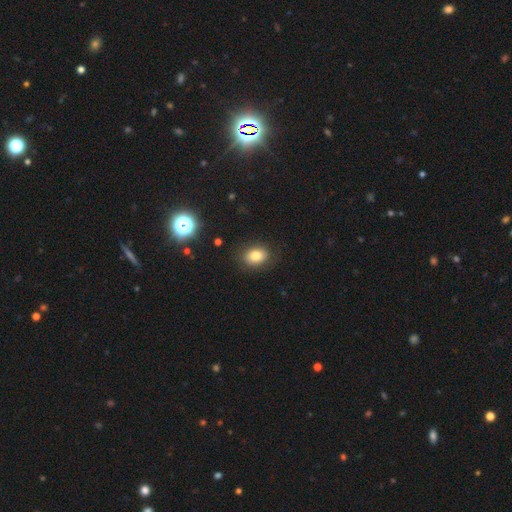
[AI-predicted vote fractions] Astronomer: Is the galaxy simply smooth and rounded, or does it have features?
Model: smooth — 81%.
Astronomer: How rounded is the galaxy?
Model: in between — 65%.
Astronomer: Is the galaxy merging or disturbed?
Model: none — 85%.